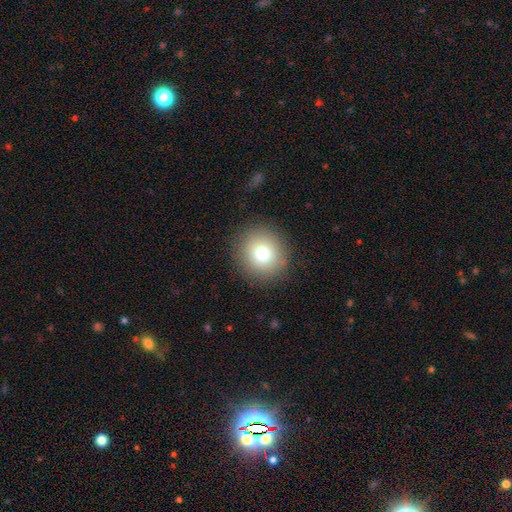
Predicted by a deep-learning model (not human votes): This appears to be a smooth galaxy with no disk features (76%) that is round (89%). Merging: none (90%).